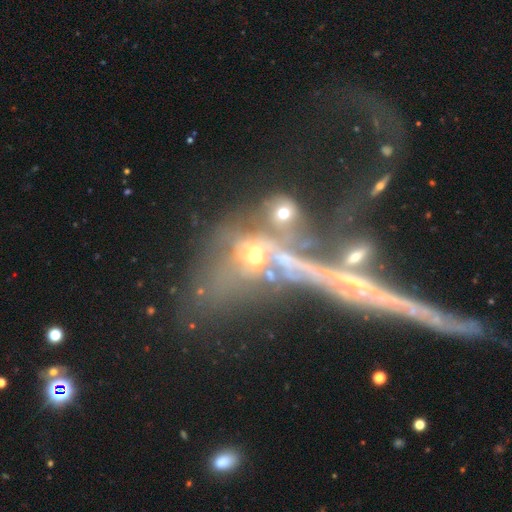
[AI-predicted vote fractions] Q: Smooth or featured?
A: featured or disk (45%); runner-up: smooth (33%)
Q: Merging?
A: merger (58%); runner-up: major disturbance (20%)